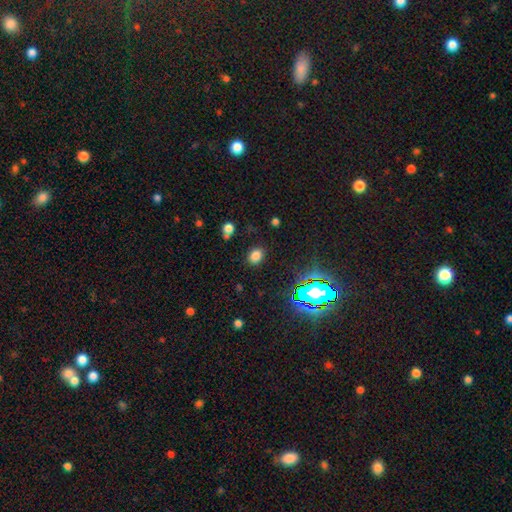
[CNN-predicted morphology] Smooth or featured?
  - smooth: 76% *
  - star or artifact: 18%
  - featured or disk: 6%
How rounded?
  - in between: 62% *
  - round: 37%
  - cigar-shaped: 1%
Merging?
  - none: 85% *
  - minor disturbance: 9%
  - major disturbance: 3%
  - merger: 2%